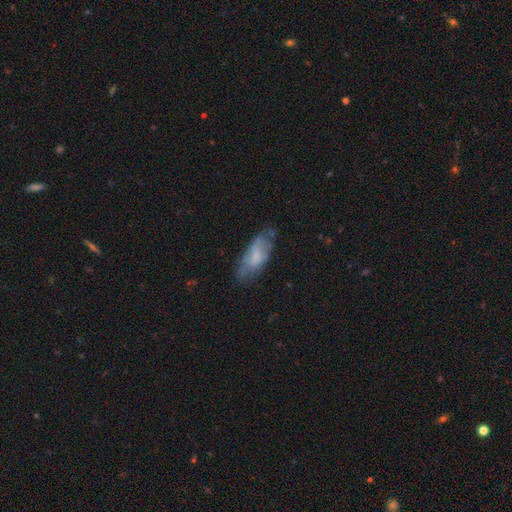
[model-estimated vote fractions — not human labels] Q: Smooth or featured?
A: smooth (62%); runner-up: featured or disk (30%)
Q: How rounded?
A: in between (77%); runner-up: cigar-shaped (21%)
Q: Merging?
A: none (56%); runner-up: minor disturbance (30%)